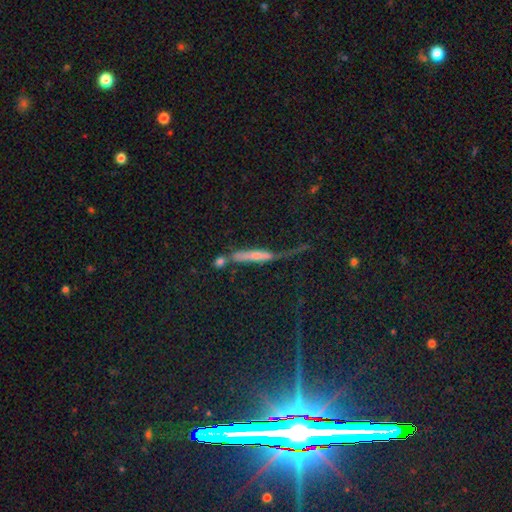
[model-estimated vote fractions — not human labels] smooth 46%, featured or disk 40%, star or artifact 15%. Down the decision tree: merging — none (39%).